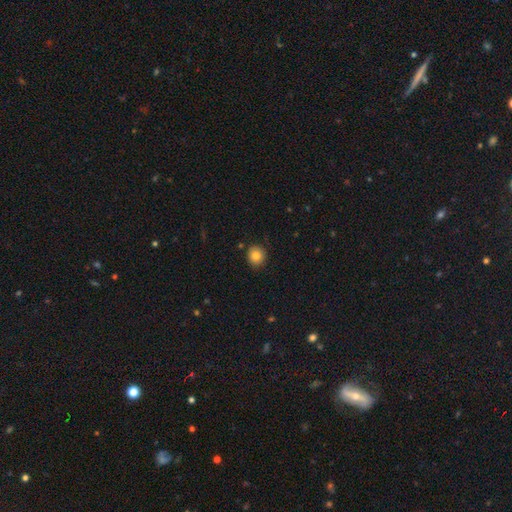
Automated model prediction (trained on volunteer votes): A smooth galaxy with no disk features (82%) that is round (90%). Merging: none (88%).